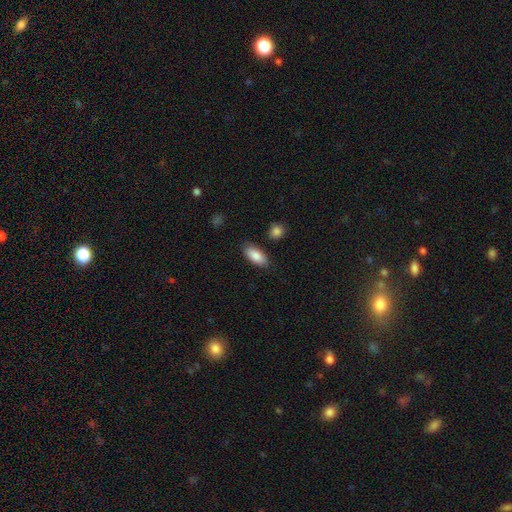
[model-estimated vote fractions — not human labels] A smooth galaxy with no disk features (87%) that is in between round and cigar-shaped (89%). Merging: none (84%).